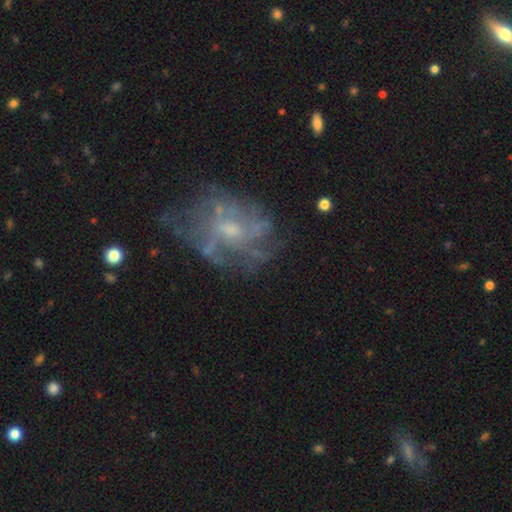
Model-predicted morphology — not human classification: featured or disk 61%, star or artifact 23%, smooth 16%. Down the decision tree: edge-on disk — no (96%); bar — no (65%); spiral arms — yes (67%); bulge size — small (61%); merging — none (65%).